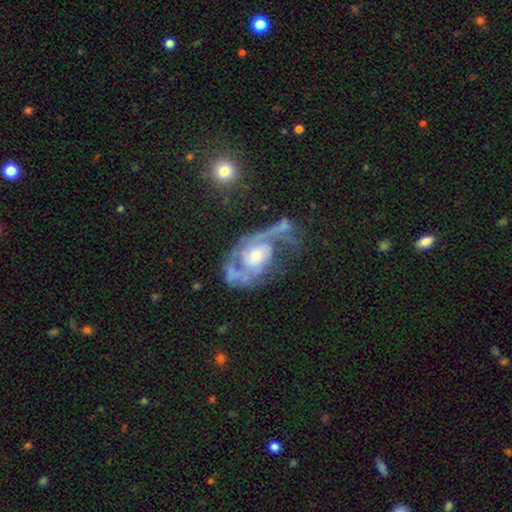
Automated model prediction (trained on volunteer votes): Q: Smooth or featured?
A: featured or disk (82%); runner-up: smooth (11%)
Q: Edge-on disk?
A: no (97%); runner-up: yes (3%)
Q: Bar?
A: no (70%); runner-up: weak (24%)
Q: Spiral arms?
A: yes (86%); runner-up: no (14%)
Q: Spiral winding?
A: medium (42%); runner-up: tight (35%)
Q: Spiral arm count?
A: 2 (46%); runner-up: can't tell (21%)
Q: Bulge size?
A: moderate (47%); runner-up: small (42%)
Q: Merging?
A: major disturbance (39%); runner-up: none (32%)